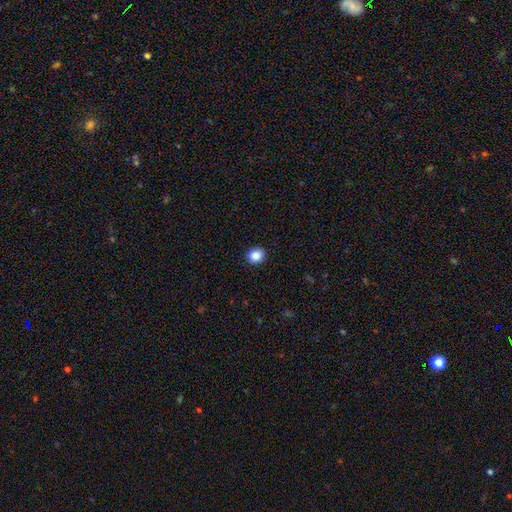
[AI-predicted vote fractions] smooth-or-featured: smooth: 87% | star or artifact: 10% | featured or disk: 3%
  how-rounded: round: 78% | in between: 21% | cigar-shaped: 1%
  merging: none: 91% | minor disturbance: 6% | major disturbance: 2% | merger: 1%